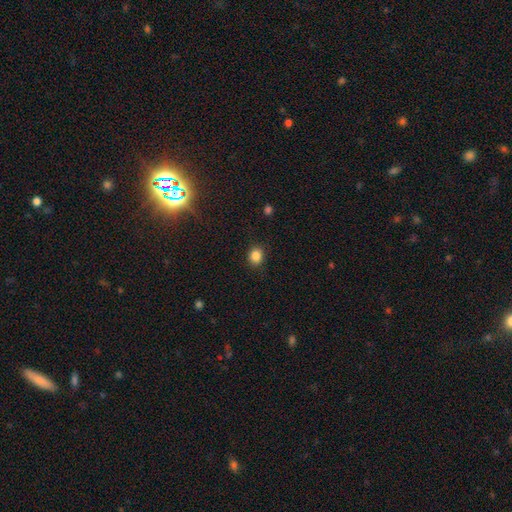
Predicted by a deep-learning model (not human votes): smooth 85%, star or artifact 11%, featured or disk 4%. Down the decision tree: how rounded — round (70%); merging — none (88%).